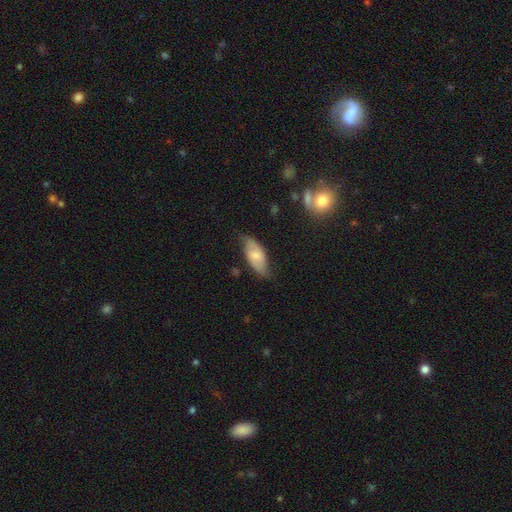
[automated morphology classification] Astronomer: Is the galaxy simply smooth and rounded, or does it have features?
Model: smooth — 51% (runner-up: featured or disk, 42%).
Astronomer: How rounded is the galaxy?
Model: in between — 87%.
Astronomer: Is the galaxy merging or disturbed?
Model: none — 63%.